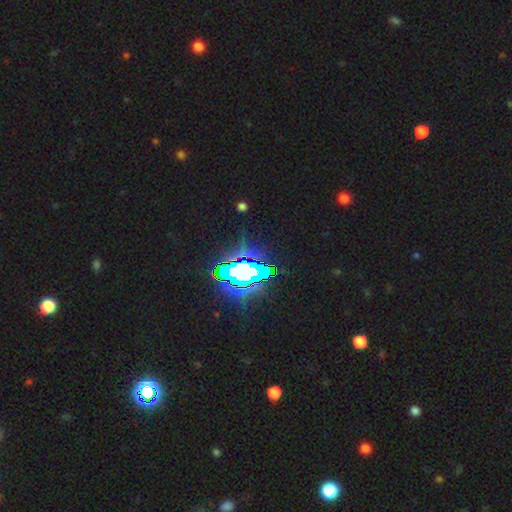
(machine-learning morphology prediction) Overall: star or artifact (84%).